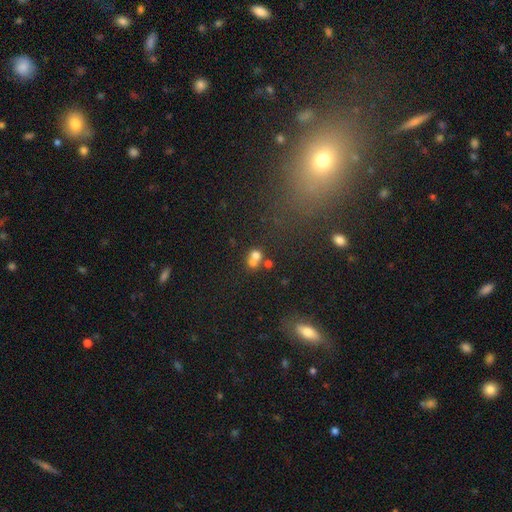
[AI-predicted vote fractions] Q: Smooth or featured?
A: smooth (66%); runner-up: featured or disk (17%)
Q: How rounded?
A: round (74%); runner-up: in between (25%)
Q: Merging?
A: merger (58%); runner-up: none (31%)